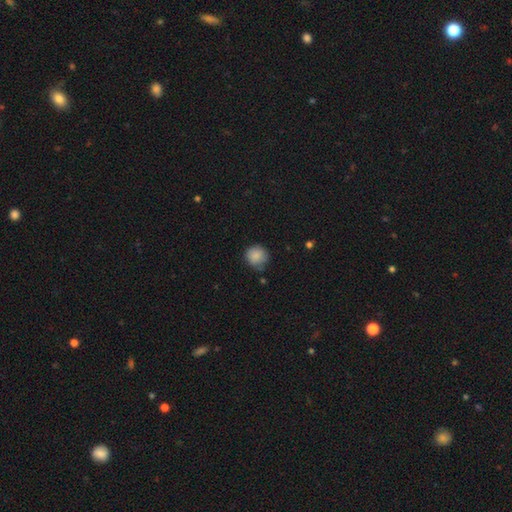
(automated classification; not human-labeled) Q: Smooth or featured?
A: smooth (87%); runner-up: star or artifact (8%)
Q: How rounded?
A: round (92%); runner-up: in between (7%)
Q: Merging?
A: none (78%); runner-up: minor disturbance (16%)